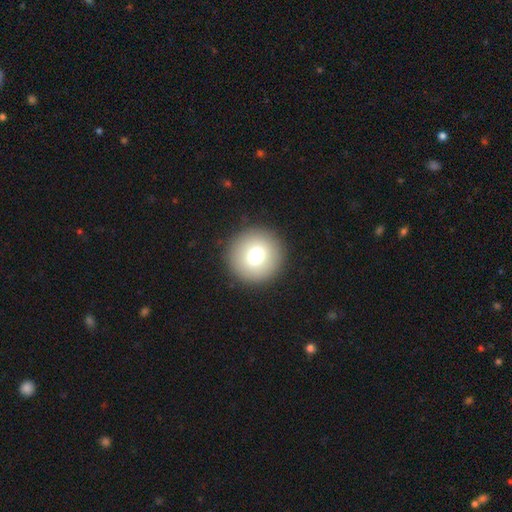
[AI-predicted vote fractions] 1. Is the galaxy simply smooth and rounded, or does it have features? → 75% smooth, 14% featured or disk, 11% star or artifact.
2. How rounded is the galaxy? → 96% round, 3% in between, 1% cigar-shaped.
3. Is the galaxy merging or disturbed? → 92% none, 5% minor disturbance, 2% major disturbance, 1% merger.